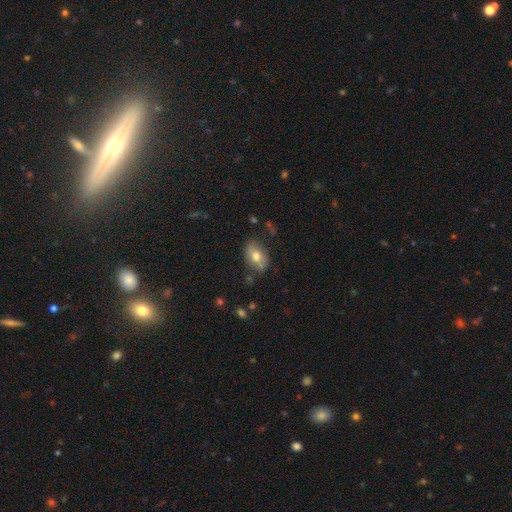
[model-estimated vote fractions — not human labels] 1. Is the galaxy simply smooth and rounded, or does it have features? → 68% smooth, 24% featured or disk, 8% star or artifact.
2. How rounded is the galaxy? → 88% in between, 11% round, 2% cigar-shaped.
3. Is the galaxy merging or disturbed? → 78% none, 16% minor disturbance, 4% major disturbance, 2% merger.